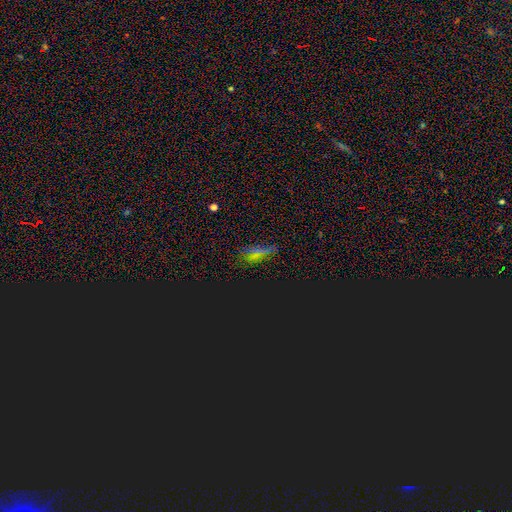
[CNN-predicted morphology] This is possibly a star or artifact rather than a galaxy (53%).